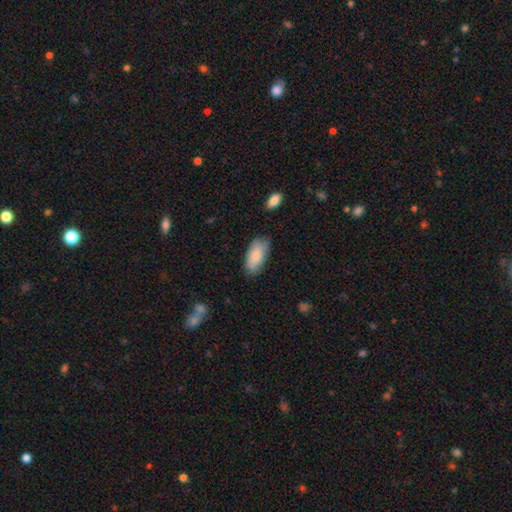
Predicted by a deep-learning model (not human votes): Smooth or featured? Predicted: smooth (p=0.86). How rounded? Predicted: in between (p=0.91). Merging? Predicted: none (p=0.75).